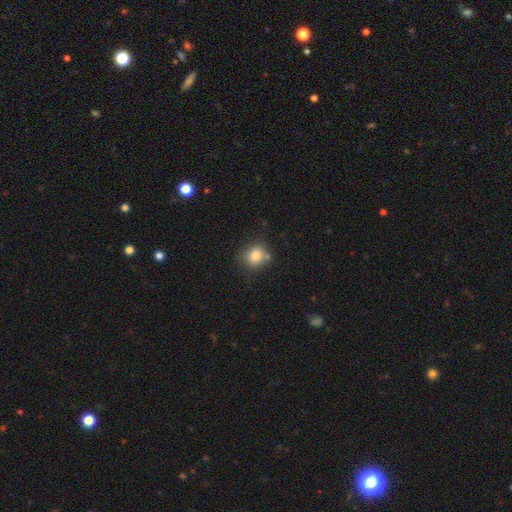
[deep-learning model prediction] Smooth or featured?
  - smooth: 79% *
  - star or artifact: 11%
  - featured or disk: 10%
How rounded?
  - round: 77% *
  - in between: 22%
  - cigar-shaped: 1%
Merging?
  - none: 70% *
  - minor disturbance: 17%
  - merger: 9%
  - major disturbance: 4%